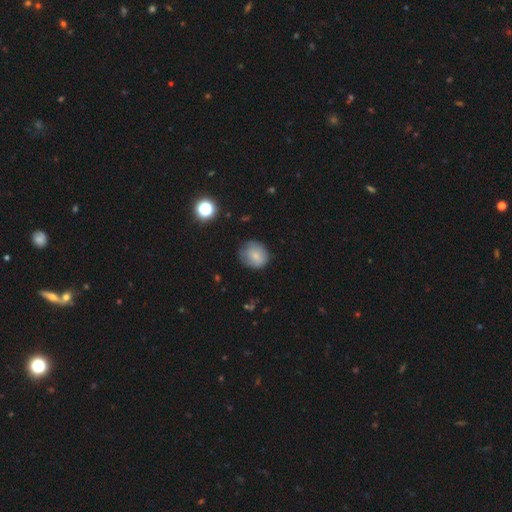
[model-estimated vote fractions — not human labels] The model was most divided on "merging": none: 65%, minor disturbance: 26%, major disturbance: 7%, merger: 2%. More confident: smooth or featured — smooth (76%); how rounded — round (74%).